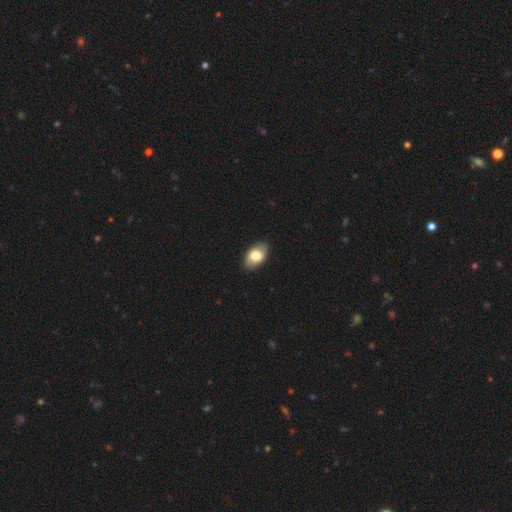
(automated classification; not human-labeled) smooth_or_featured: smooth (p=0.73) [alt: featured or disk p=0.20]
how_rounded: in between (p=0.91) [alt: round p=0.08]
merging: none (p=0.85) [alt: minor disturbance p=0.11]